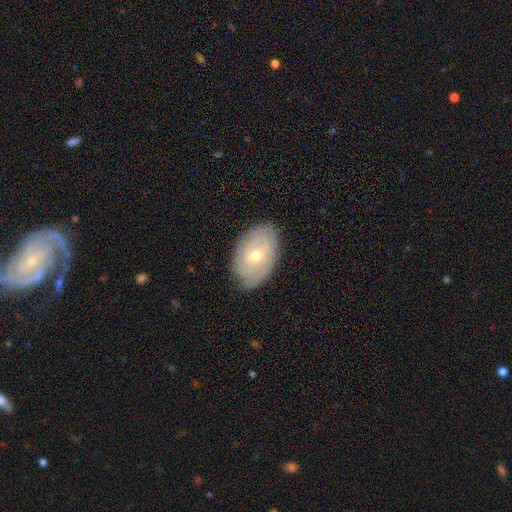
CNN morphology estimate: Overall: featured or disk (55%; smooth 38%). Edge-on disk: no (92%). Bar: no (77%). Spiral arms: yes (61%; no 39%). Bulge size: moderate (50%; small 47%). Merging: none (82%).